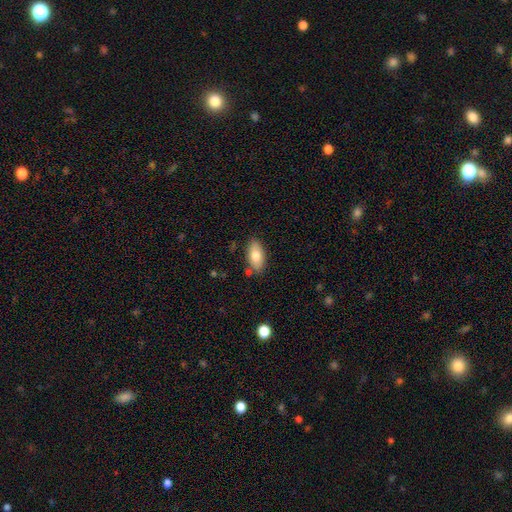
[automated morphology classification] A smooth galaxy with no disk features (79%) that is in between round and cigar-shaped (90%). Merging: none (80%).